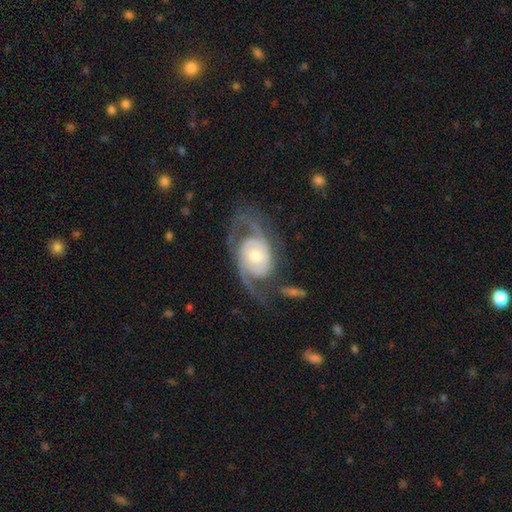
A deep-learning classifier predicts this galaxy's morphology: smooth-or-featured: featured or disk: 86% | smooth: 9% | star or artifact: 5%
  disk-edge-on: no: 96% | yes: 4%
    bar: no: 69% | weak: 24% | strong: 7%
    has-spiral-arms: yes: 93% | no: 7%
      spiral-winding: medium: 46% | tight: 29% | loose: 25%
      spiral-arm-count: 2: 82% | can't tell: 7% | 3: 4% | 1: 4% | 4: 2% | more than 4: 2%
    bulge-size: moderate: 58% | small: 31% | large: 8% | dominant: 1% | none: 1%
  merging: none: 62% | major disturbance: 18% | minor disturbance: 17% | merger: 4%